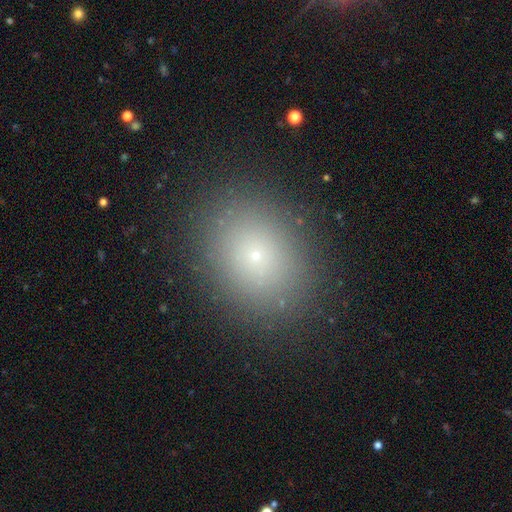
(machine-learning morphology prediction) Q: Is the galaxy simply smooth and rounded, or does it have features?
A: smooth — 70%.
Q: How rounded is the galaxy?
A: round — 51%.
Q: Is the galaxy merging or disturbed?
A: none — 88%.